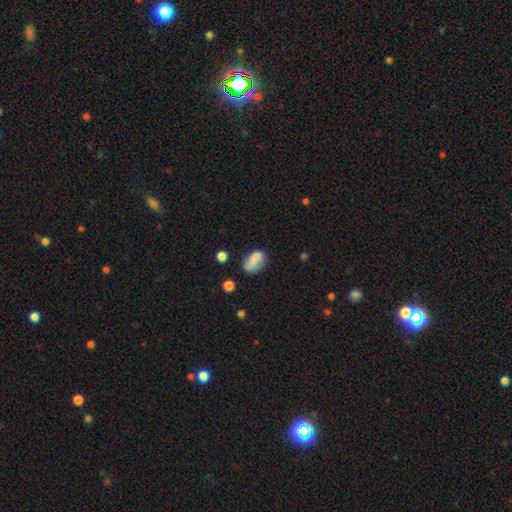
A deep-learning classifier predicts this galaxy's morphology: This is likely a smooth galaxy (61%). How rounded: clearly in between (83%). Merging: marginally none (43%).